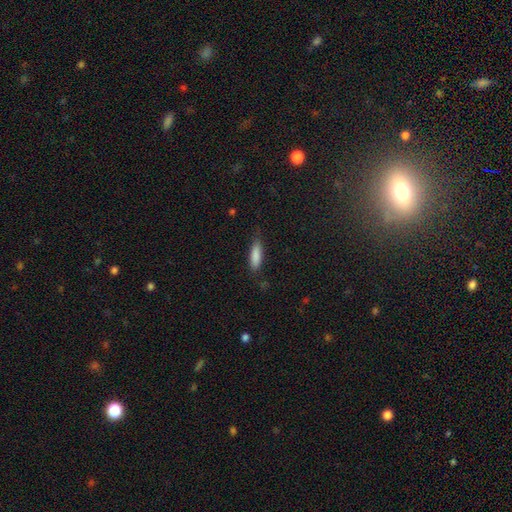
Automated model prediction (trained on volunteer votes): This appears to be a smooth galaxy with no disk features (84%) that is cigar-shaped (55%). Merging: none (76%).